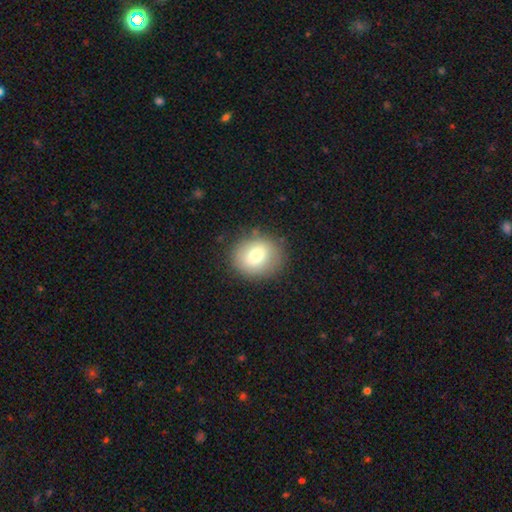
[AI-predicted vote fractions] Smooth or featured? Predicted: smooth (p=0.73). How rounded? Predicted: round (p=0.73). Merging? Predicted: none (p=0.83).